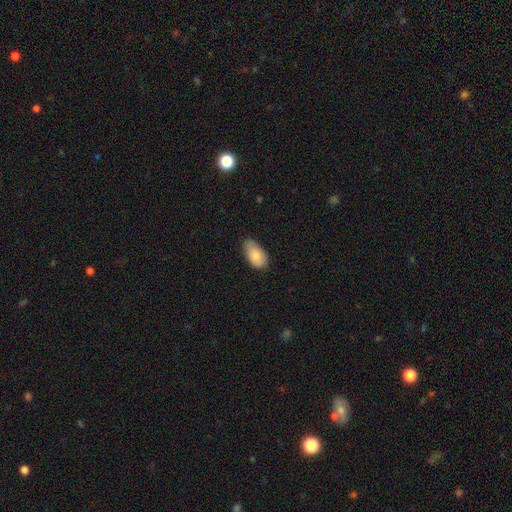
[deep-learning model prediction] Smooth or featured: smooth — 83% (featured or disk — 11%)
How rounded: in between — 95% (round — 4%)
Merging: none — 65% (minor disturbance — 30%)